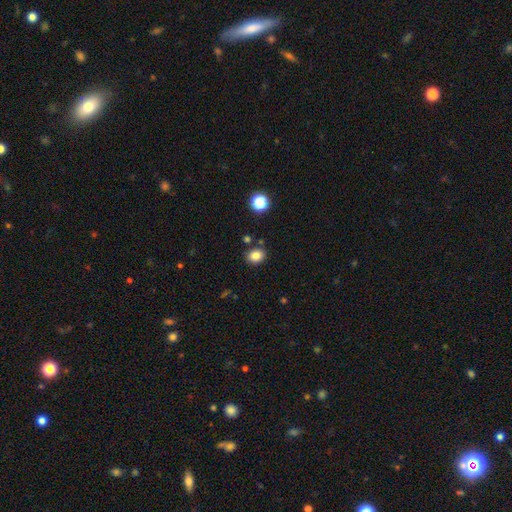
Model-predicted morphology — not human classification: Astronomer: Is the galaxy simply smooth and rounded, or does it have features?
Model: smooth — 84%.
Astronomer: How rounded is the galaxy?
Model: round — 51% (runner-up: in between, 48%).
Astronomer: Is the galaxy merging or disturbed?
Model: none — 83%.